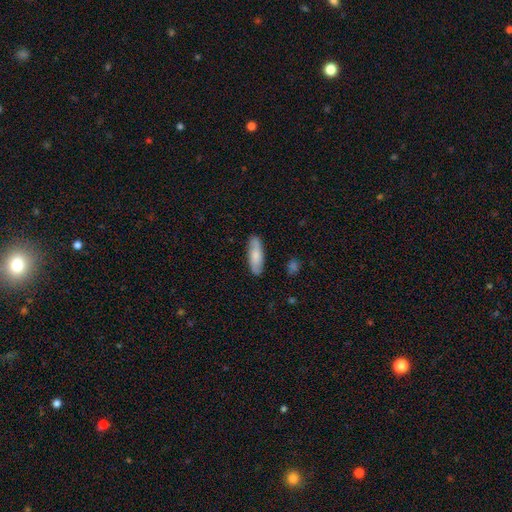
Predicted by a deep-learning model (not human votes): This appears to be a smooth galaxy with no disk features (72%) that is in between round and cigar-shaped (59%). Merging: none (85%).